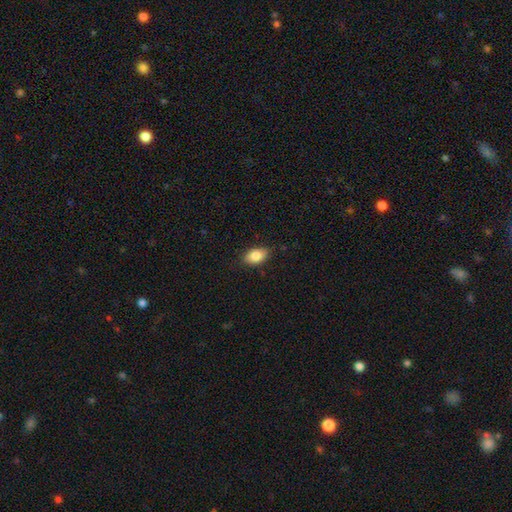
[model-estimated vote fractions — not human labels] This appears to be a smooth galaxy with no disk features (85%) that is in between round and cigar-shaped (90%). Merging: none (85%).